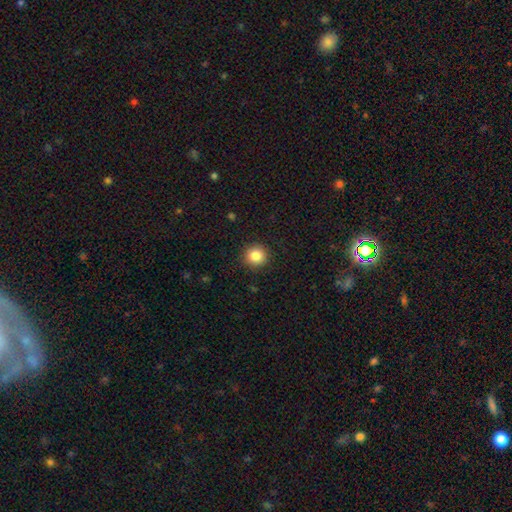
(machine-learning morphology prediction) smooth-or-featured: smooth: 86% | star or artifact: 10% | featured or disk: 5%
  how-rounded: round: 93% | in between: 6% | cigar-shaped: 1%
  merging: none: 91% | minor disturbance: 6% | major disturbance: 2% | merger: 1%